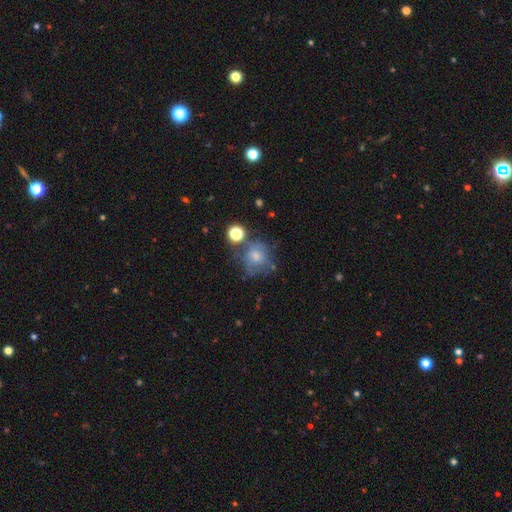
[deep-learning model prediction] Smooth or featured?
  - smooth: 61% *
  - featured or disk: 26%
  - star or artifact: 13%
How rounded?
  - round: 80% *
  - in between: 19%
  - cigar-shaped: 1%
Merging?
  - none: 47% *
  - minor disturbance: 22%
  - major disturbance: 17%
  - merger: 14%